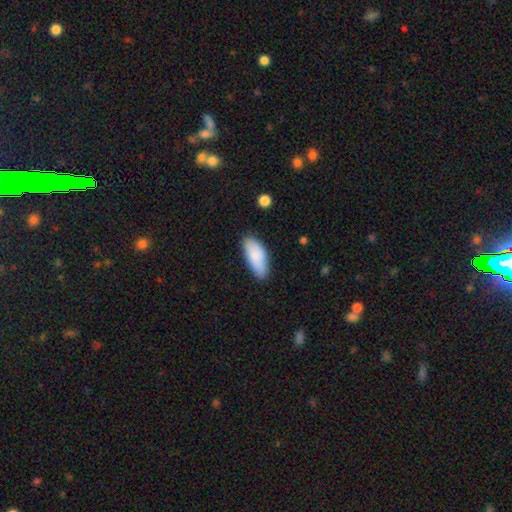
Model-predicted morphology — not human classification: This appears to be a smooth galaxy with no disk features (85%) that is in between round and cigar-shaped (85%). Merging: none (79%).